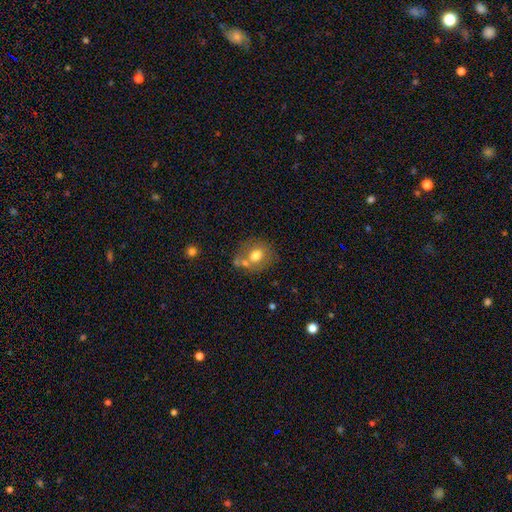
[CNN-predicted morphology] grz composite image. It shows a smooth galaxy with no disk features (70%) that is round (70%). Merging: none (55%).